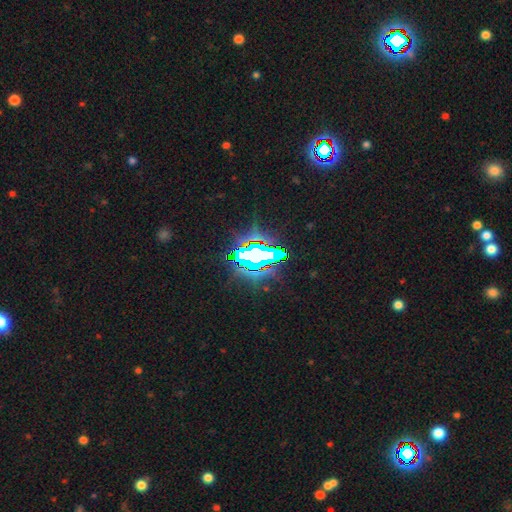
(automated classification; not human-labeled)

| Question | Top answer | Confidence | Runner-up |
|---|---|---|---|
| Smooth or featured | star or artifact | 73% | featured or disk (14%) |